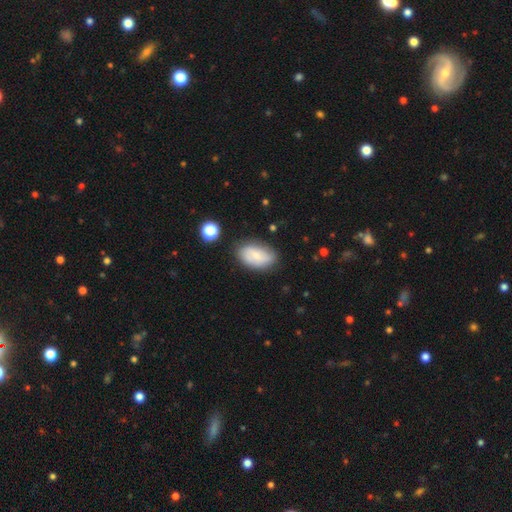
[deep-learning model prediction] Smooth or featured?
  - smooth: 57% *
  - featured or disk: 35%
  - star or artifact: 8%
How rounded?
  - in between: 90% *
  - round: 8%
  - cigar-shaped: 2%
Merging?
  - none: 74% *
  - minor disturbance: 18%
  - major disturbance: 5%
  - merger: 3%